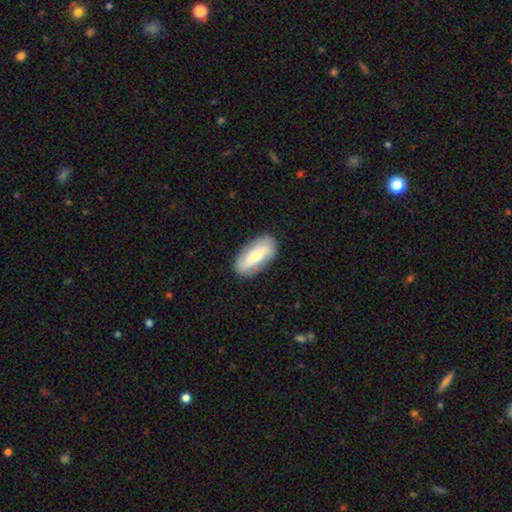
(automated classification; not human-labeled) The model was most divided on "smooth or featured": smooth: 51%, featured or disk: 43%, star or artifact: 6%. More confident: how rounded — in between (87%); merging — none (86%).